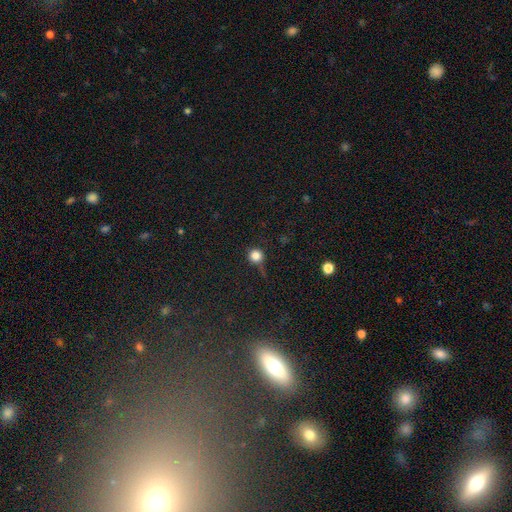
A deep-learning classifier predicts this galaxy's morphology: type=smooth (81%); roundness=round (94%); merging=none (71%).